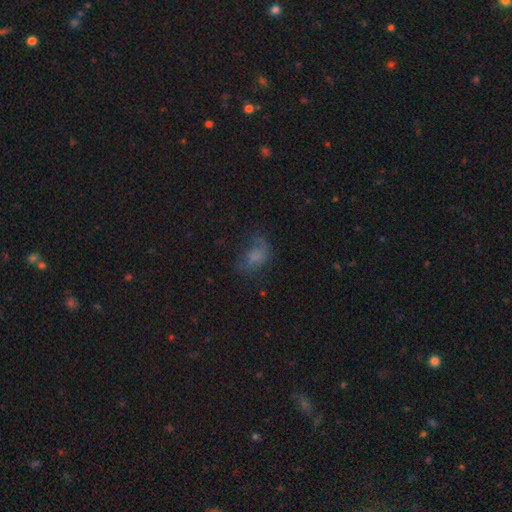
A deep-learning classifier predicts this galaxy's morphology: Q: Smooth or featured?
A: smooth (56%); runner-up: featured or disk (27%)
Q: How rounded?
A: in between (78%); runner-up: round (20%)
Q: Merging?
A: none (40%); runner-up: major disturbance (32%)